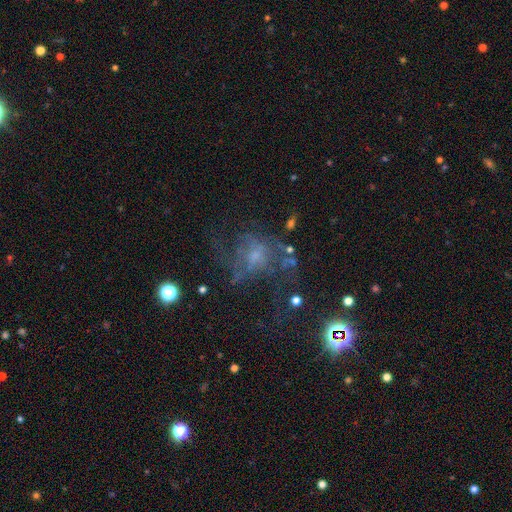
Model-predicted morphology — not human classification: Smooth or featured? Predicted: featured or disk (p=0.53). Edge-on disk? Predicted: no (p=0.97). Bar? Predicted: no (p=0.77). Spiral arms? Predicted: no (p=0.55). Bulge size? Predicted: small (p=0.44). Merging? Predicted: none (p=0.43).